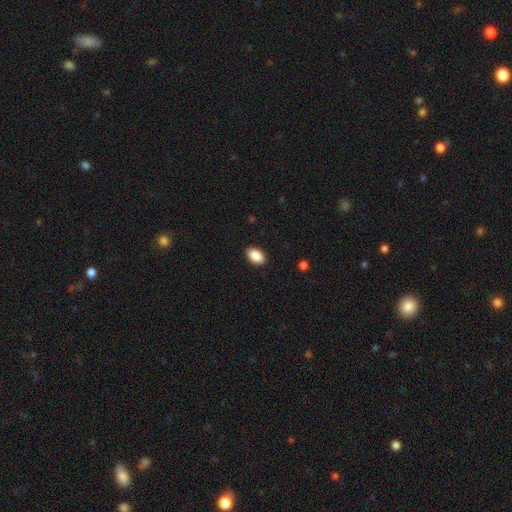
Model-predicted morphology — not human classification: This appears to be a smooth galaxy with no disk features (89%) that is in between round and cigar-shaped (90%). Merging: none (89%).